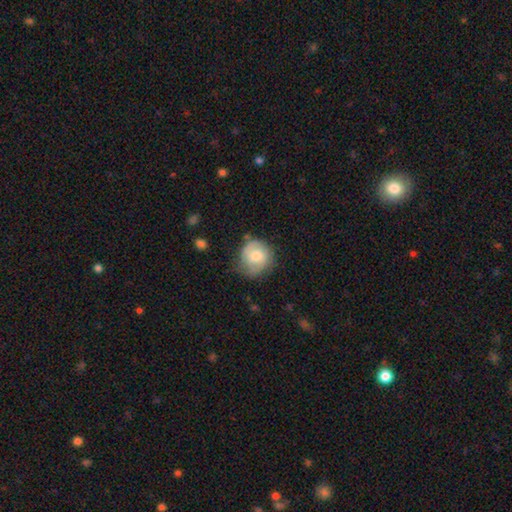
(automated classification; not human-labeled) Smooth or featured?
  - featured or disk: 47% *
  - smooth: 46%
  - star or artifact: 7%
Merging?
  - none: 63% *
  - minor disturbance: 25%
  - major disturbance: 9%
  - merger: 2%